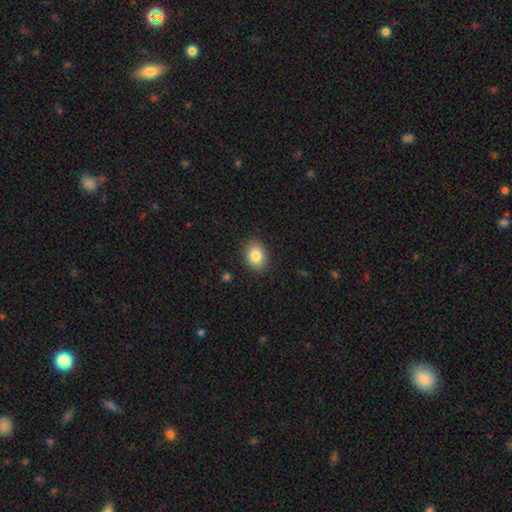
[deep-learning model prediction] Q: Smooth or featured?
A: smooth (85%); runner-up: star or artifact (8%)
Q: How rounded?
A: in between (68%); runner-up: round (31%)
Q: Merging?
A: none (87%); runner-up: minor disturbance (10%)